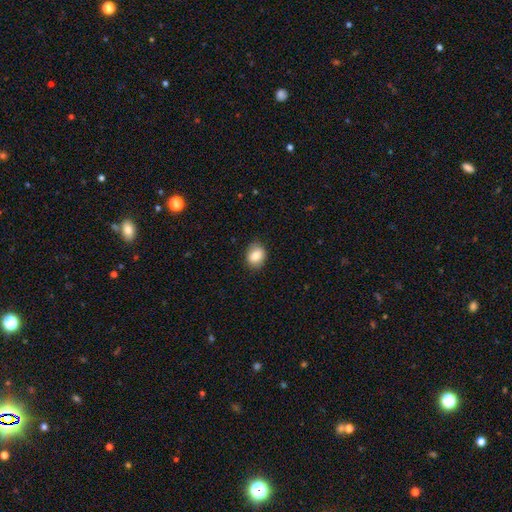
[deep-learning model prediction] A smooth galaxy with no disk features (82%) that is in between round and cigar-shaped (54%).

Vote fractions:
- Smooth or featured? smooth: 82% / featured or disk: 10% / star or artifact: 8%
- How rounded? in between: 54% / round: 45% / cigar-shaped: 1%
- Merging? none: 85% / minor disturbance: 11% / major disturbance: 2% / merger: 1%